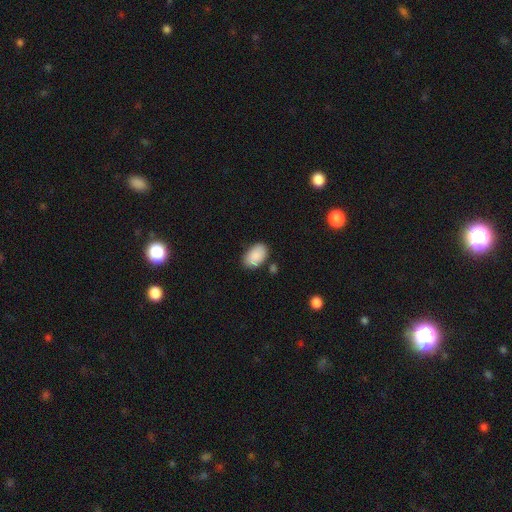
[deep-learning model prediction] A smooth galaxy with no disk features (88%) that is in between round and cigar-shaped (92%). Merging: none (74%).